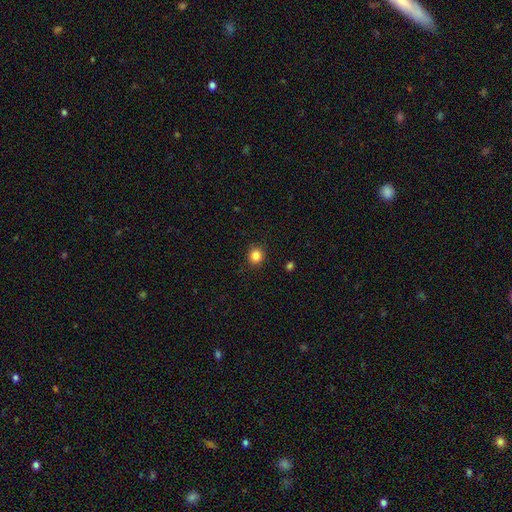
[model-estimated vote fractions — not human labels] This is clearly a smooth galaxy (84%). How rounded: clearly round (85%). Merging: clearly none (90%).